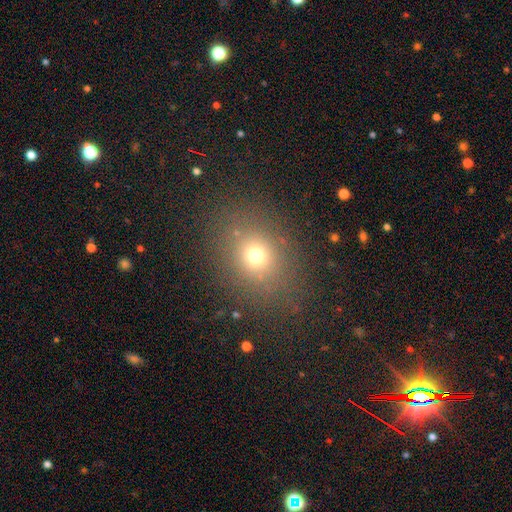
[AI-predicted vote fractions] Smooth or featured: smooth — 70% (star or artifact — 19%)
How rounded: round — 67% (in between — 32%)
Merging: none — 82% (minor disturbance — 10%)